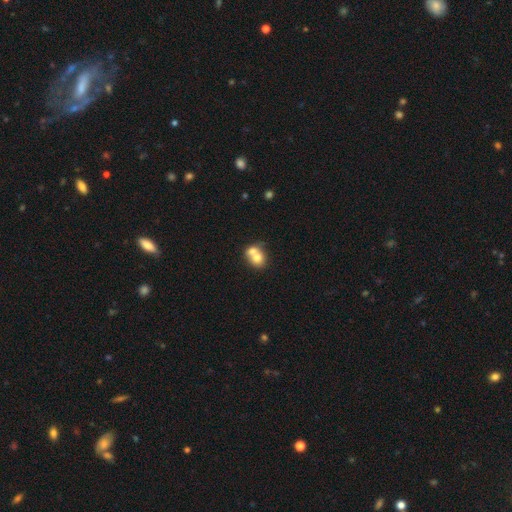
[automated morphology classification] smooth_or_featured: smooth (p=0.71) [alt: featured or disk p=0.21]
how_rounded: round (p=0.64) [alt: in between p=0.36]
merging: merger (p=0.68) [alt: none p=0.24]